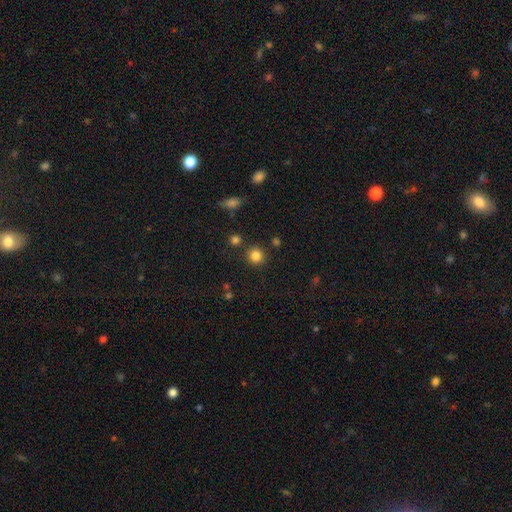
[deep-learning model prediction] This is clearly a smooth galaxy (83%). How rounded: clearly round (91%). Merging: clearly none (84%).